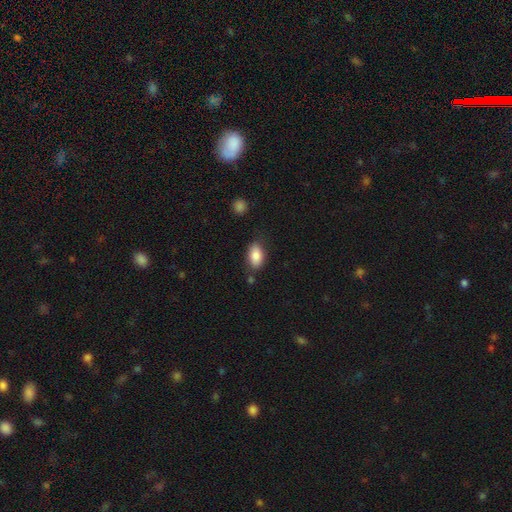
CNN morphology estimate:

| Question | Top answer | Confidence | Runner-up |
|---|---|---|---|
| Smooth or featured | smooth | 86% | featured or disk (7%) |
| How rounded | in between | 91% | round (5%) |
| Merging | none | 75% | minor disturbance (16%) |